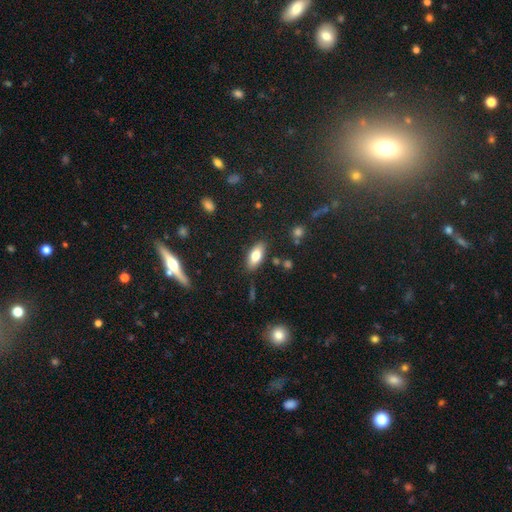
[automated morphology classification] smooth-or-featured: smooth: 75% | featured or disk: 17% | star or artifact: 8%
  how-rounded: in between: 84% | cigar-shaped: 13% | round: 3%
  merging: none: 84% | minor disturbance: 11% | major disturbance: 3% | merger: 2%